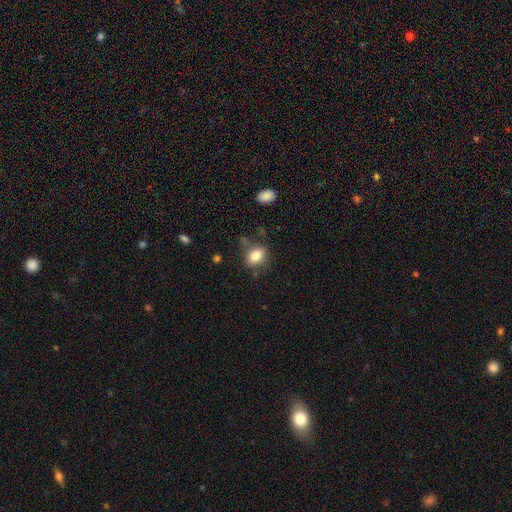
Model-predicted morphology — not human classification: A smooth galaxy with no disk features (83%) that is in between round and cigar-shaped (75%).

Vote fractions:
- Smooth or featured? smooth: 83% / star or artifact: 9% / featured or disk: 8%
- How rounded? in between: 75% / round: 23% / cigar-shaped: 2%
- Merging? none: 73% / minor disturbance: 17% / major disturbance: 5% / merger: 4%